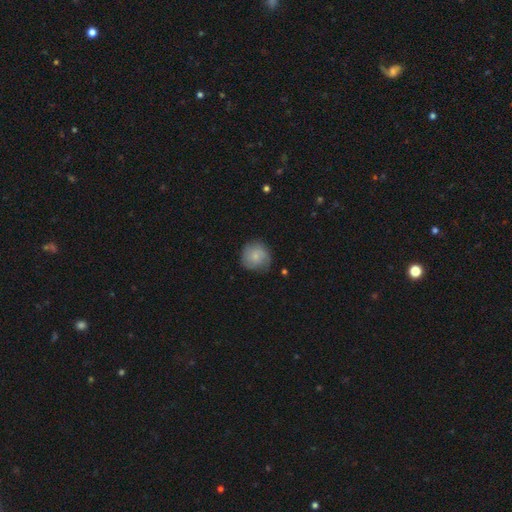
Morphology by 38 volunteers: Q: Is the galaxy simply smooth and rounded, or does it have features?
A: smooth — 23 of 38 (61%).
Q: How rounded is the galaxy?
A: round — 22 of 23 (96%).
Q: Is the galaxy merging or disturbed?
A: none — 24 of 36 (67%).